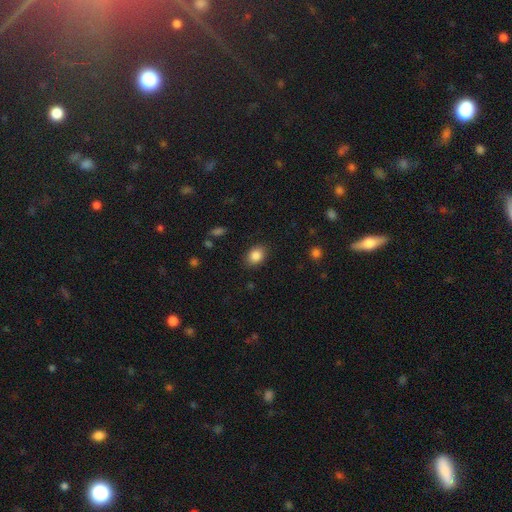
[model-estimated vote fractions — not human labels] Smooth or featured: smooth — 86% (star or artifact — 9%)
How rounded: in between — 64% (round — 35%)
Merging: none — 86% (minor disturbance — 10%)